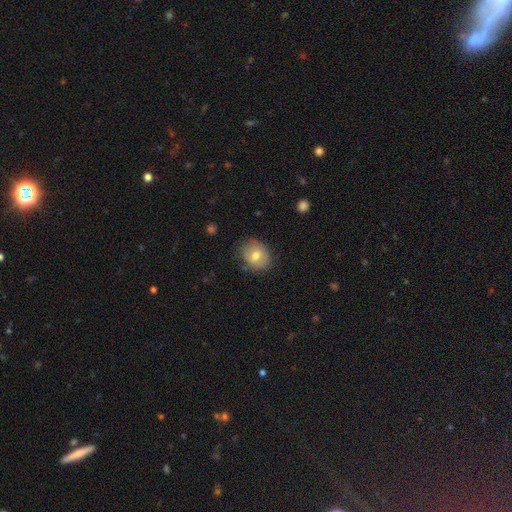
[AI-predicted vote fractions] The model was most divided on "how rounded": round: 58%, in between: 42%, cigar-shaped: 1%. More confident: merging — none (78%); smooth or featured — smooth (69%).